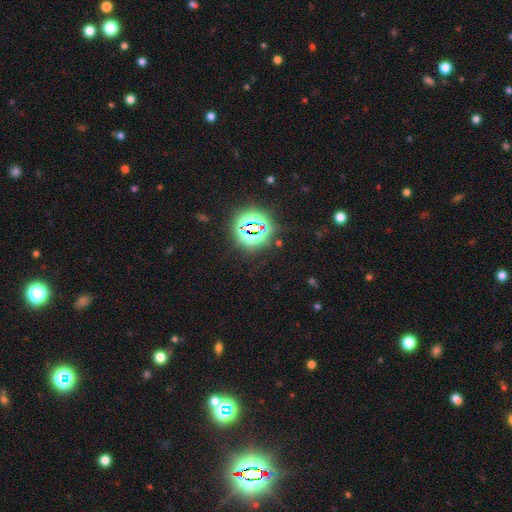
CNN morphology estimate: This is clearly a star or artifact rather than a galaxy (82%).